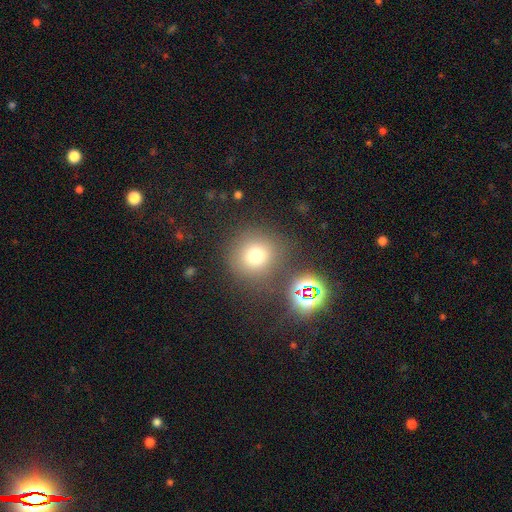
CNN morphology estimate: Q: Smooth or featured?
A: smooth (71%); runner-up: star or artifact (20%)
Q: How rounded?
A: round (92%); runner-up: in between (7%)
Q: Merging?
A: none (79%); runner-up: minor disturbance (9%)